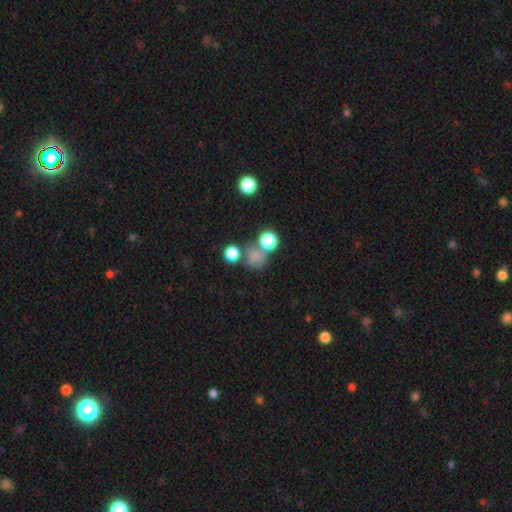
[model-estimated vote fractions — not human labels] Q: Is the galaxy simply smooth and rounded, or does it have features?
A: smooth — 74%.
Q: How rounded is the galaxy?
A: round — 84%.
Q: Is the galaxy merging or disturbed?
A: none — 57%.